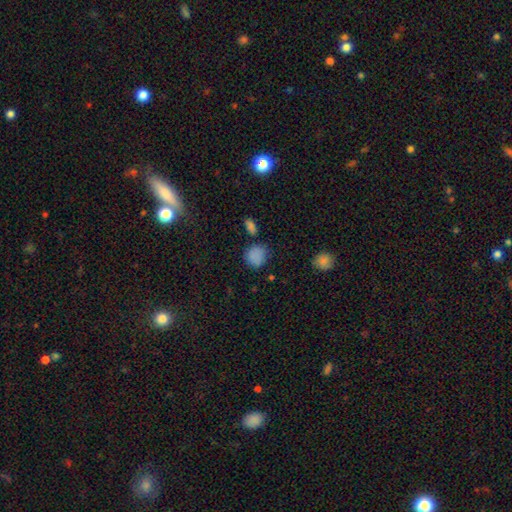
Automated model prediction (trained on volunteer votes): Smooth or featured? Predicted: smooth (p=0.82). How rounded? Predicted: round (p=0.71). Merging? Predicted: none (p=0.67).